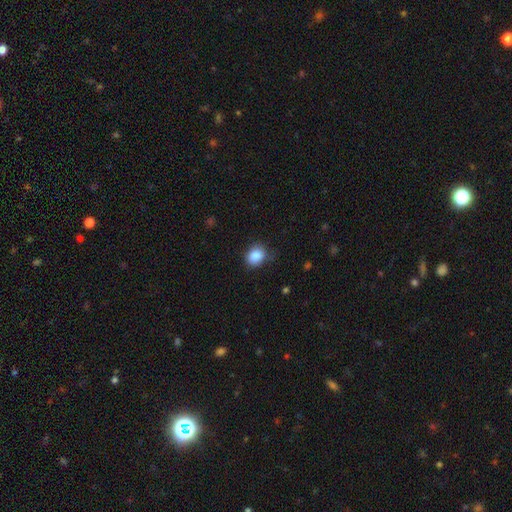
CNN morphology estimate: Smooth or featured? Predicted: smooth (p=0.87). How rounded? Predicted: round (p=0.51). Merging? Predicted: none (p=0.73).